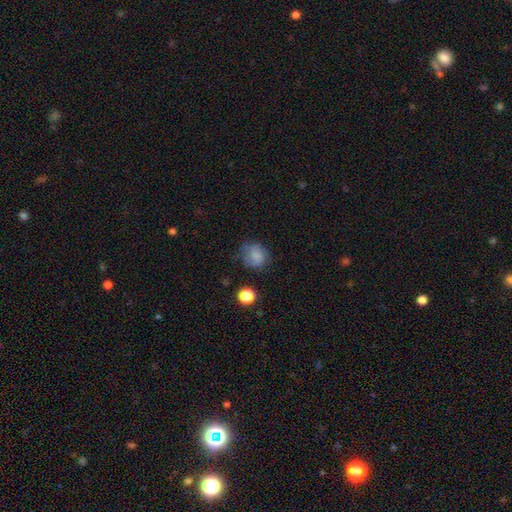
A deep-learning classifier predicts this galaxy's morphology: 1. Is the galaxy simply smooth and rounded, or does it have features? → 73% smooth, 15% featured or disk, 12% star or artifact.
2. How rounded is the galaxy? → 72% round, 27% in between, 1% cigar-shaped.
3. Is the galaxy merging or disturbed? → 55% none, 28% minor disturbance, 15% major disturbance, 3% merger.